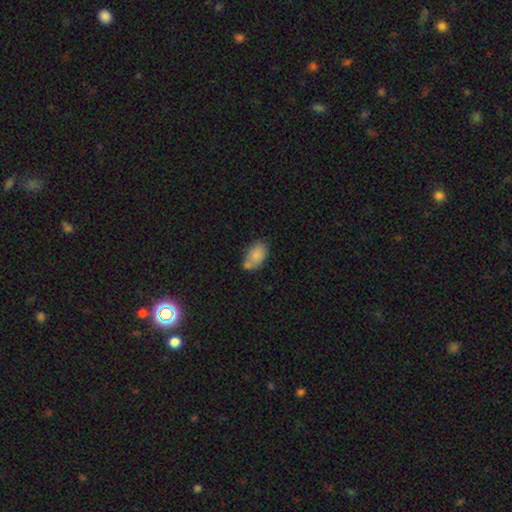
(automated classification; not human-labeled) Smooth or featured?
  - smooth: 80% *
  - featured or disk: 12%
  - star or artifact: 8%
How rounded?
  - in between: 90% *
  - round: 8%
  - cigar-shaped: 2%
Merging?
  - none: 52% *
  - merger: 22%
  - minor disturbance: 21%
  - major disturbance: 5%